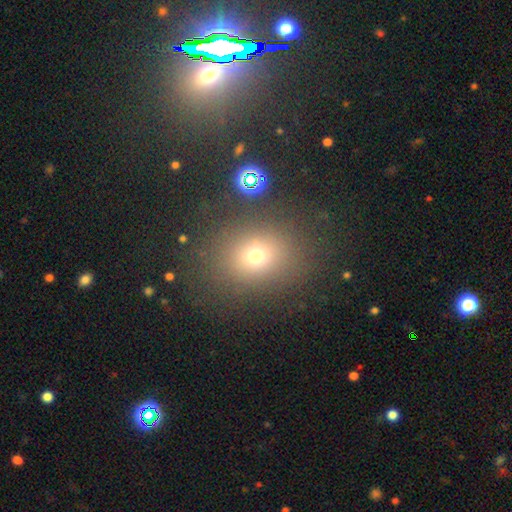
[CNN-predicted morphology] This is likely a smooth galaxy (69%). How rounded: possibly round (58%). Merging: clearly none (81%).